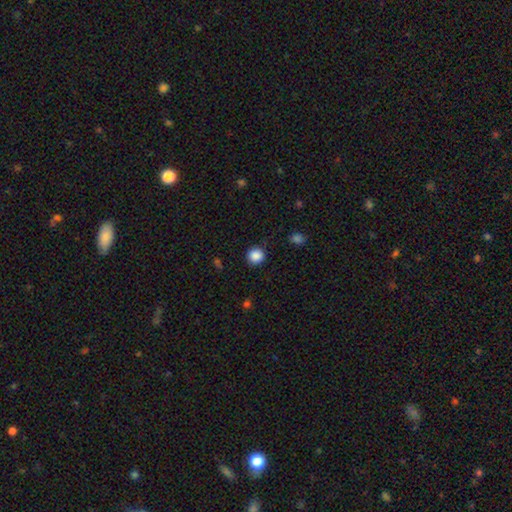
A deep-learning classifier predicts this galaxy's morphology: smooth_or_featured: smooth (p=0.87) [alt: star or artifact p=0.10]
how_rounded: round (p=0.93) [alt: in between p=0.06]
merging: none (p=0.90) [alt: minor disturbance p=0.07]